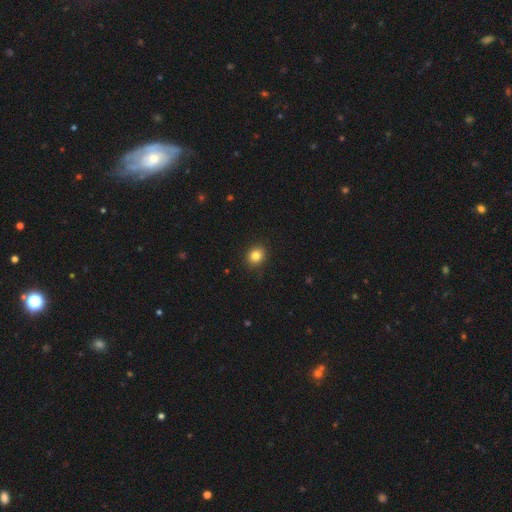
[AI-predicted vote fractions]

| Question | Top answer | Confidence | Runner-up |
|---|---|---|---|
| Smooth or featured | smooth | 83% | star or artifact (11%) |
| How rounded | round | 77% | in between (23%) |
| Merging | none | 90% | minor disturbance (7%) |